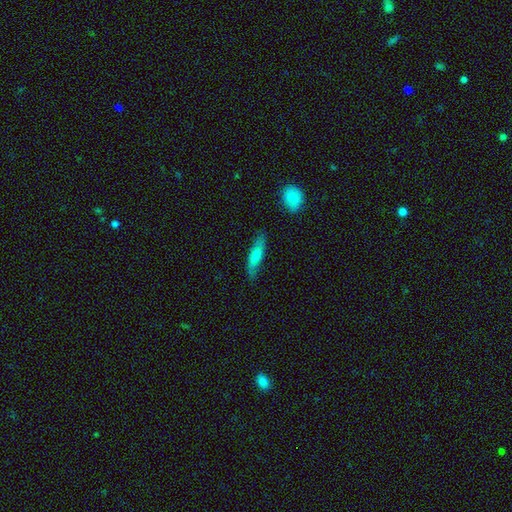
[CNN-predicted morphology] Smooth or featured?
  - smooth: 71% *
  - featured or disk: 23%
  - star or artifact: 6%
How rounded?
  - cigar-shaped: 72% *
  - in between: 26%
  - round: 2%
Merging?
  - none: 76% *
  - minor disturbance: 18%
  - major disturbance: 4%
  - merger: 2%